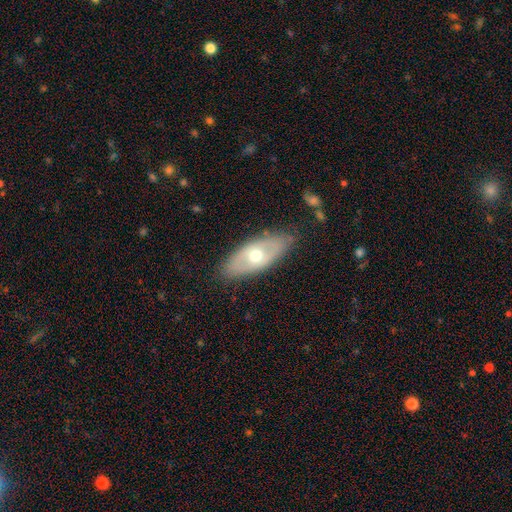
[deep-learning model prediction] Morphology: type=featured or disk (49%); merging=none (81%).